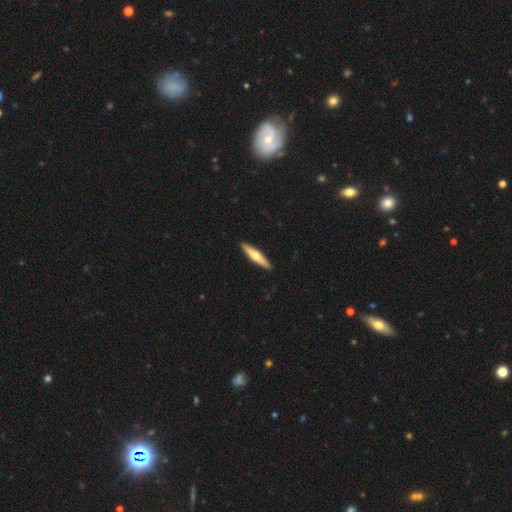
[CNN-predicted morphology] smooth-or-featured: smooth: 50% | featured or disk: 46% | star or artifact: 5%
  merging: none: 92% | minor disturbance: 6% | major disturbance: 1% | merger: 1%